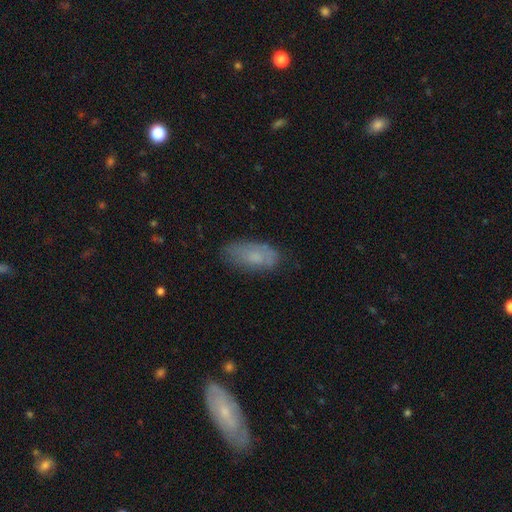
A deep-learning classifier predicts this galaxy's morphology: This is likely a smooth galaxy (69%). How rounded: clearly in between (87%). Merging: likely none (69%).